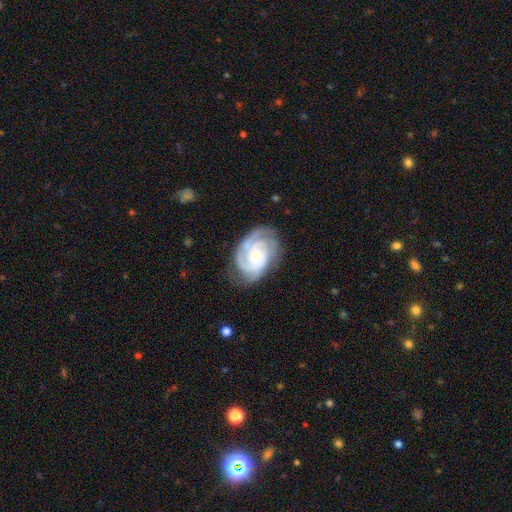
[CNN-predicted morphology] This appears to be a featured or disk galaxy (87%) with no bar (69%), 3 (40%) tight (66%) spiral arms (98%) and a small central bulge (68%). Merging: none (70%).